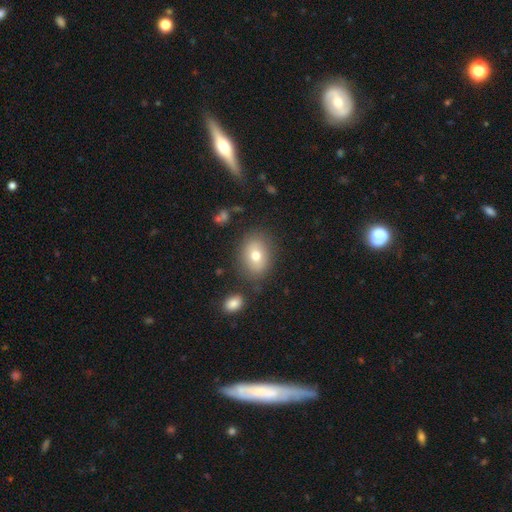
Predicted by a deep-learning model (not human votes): A smooth galaxy with no disk features (72%) that is in between round and cigar-shaped (67%).

Vote fractions:
- Smooth or featured? smooth: 72% / featured or disk: 18% / star or artifact: 10%
- How rounded? in between: 67% / round: 31% / cigar-shaped: 1%
- Merging? none: 79% / minor disturbance: 13% / merger: 5% / major disturbance: 4%